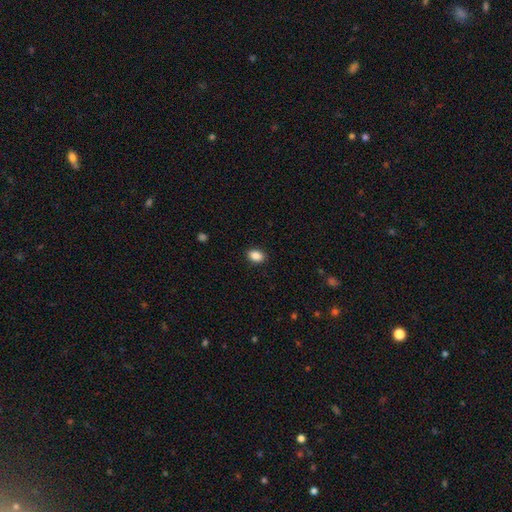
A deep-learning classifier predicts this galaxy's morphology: Smooth or featured? Predicted: smooth (p=0.88). How rounded? Predicted: in between (p=0.79). Merging? Predicted: none (p=0.90).